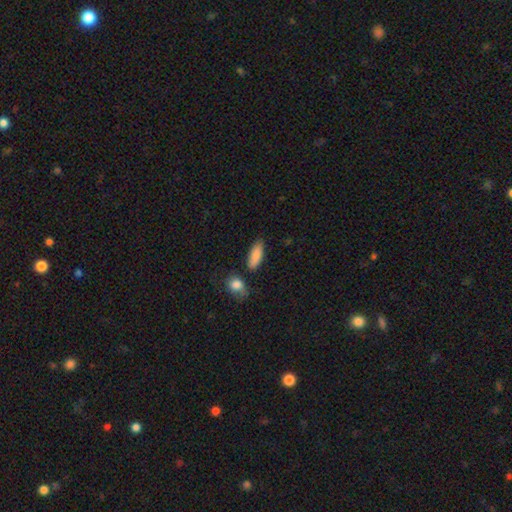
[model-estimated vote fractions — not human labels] smooth_or_featured: smooth (p=0.85) [alt: featured or disk p=0.08]
how_rounded: in between (p=0.80) [alt: cigar-shaped p=0.16]
merging: none (p=0.69) [alt: minor disturbance p=0.19]